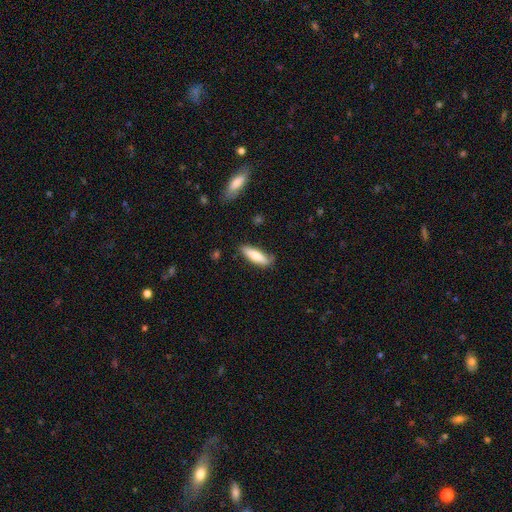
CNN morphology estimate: Overall: smooth (77%). How rounded: cigar-shaped (55%; in between 43%). Merging: none (79%).